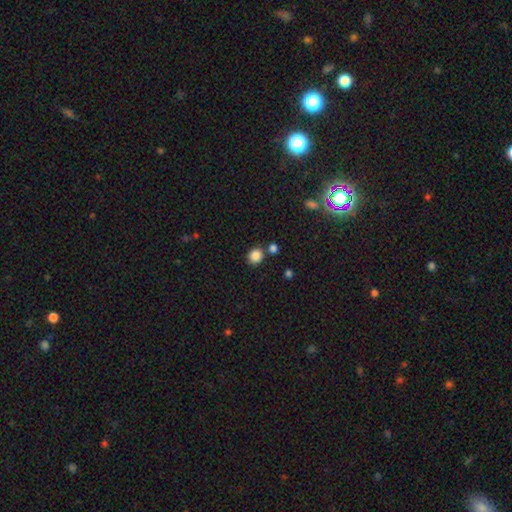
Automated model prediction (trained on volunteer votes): Q: Smooth or featured?
A: smooth (85%); runner-up: star or artifact (11%)
Q: How rounded?
A: round (80%); runner-up: in between (19%)
Q: Merging?
A: none (76%); runner-up: merger (12%)